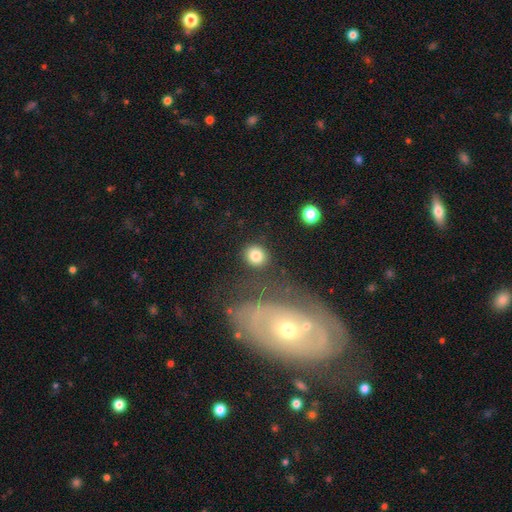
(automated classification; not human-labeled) Smooth or featured? smooth (82%)
How rounded? round (81%)
Merging? none (81%)